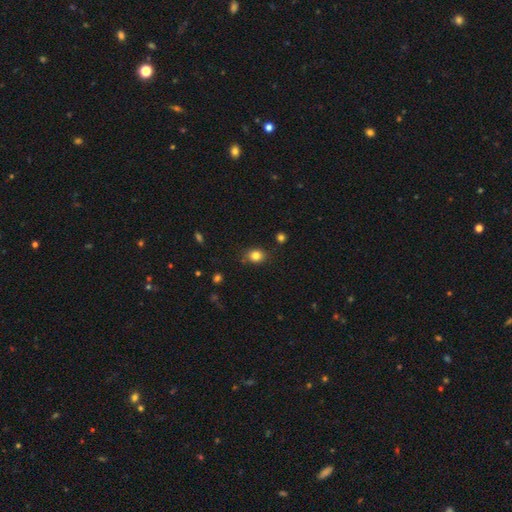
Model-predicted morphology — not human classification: This appears to be a smooth galaxy with no disk features (82%) that is round (53%). Merging: none (79%).